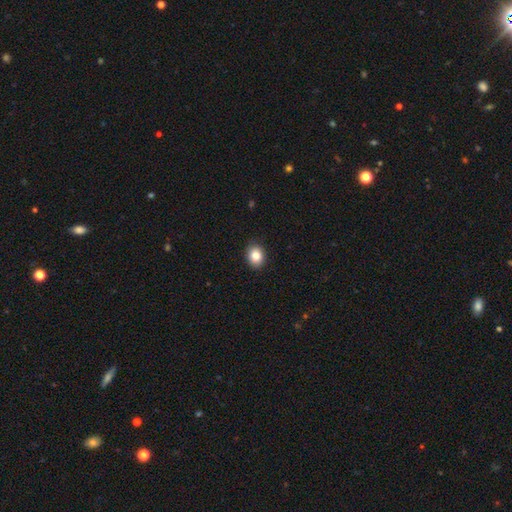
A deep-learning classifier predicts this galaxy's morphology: Smooth or featured? smooth (85%)
How rounded? in between (54%)
Merging? none (89%)